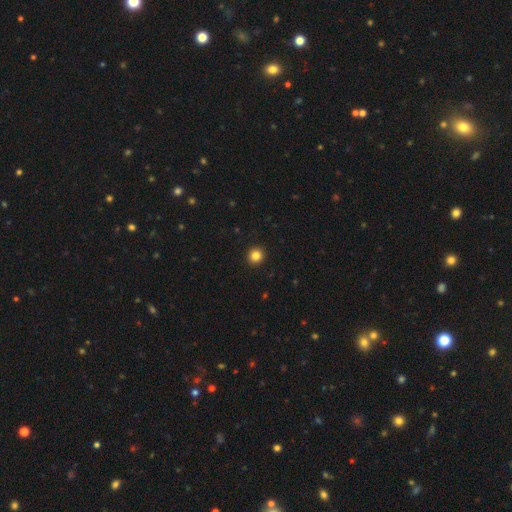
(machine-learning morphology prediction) smooth 84%, star or artifact 11%, featured or disk 4%. Down the decision tree: how rounded — round (94%); merging — none (94%).